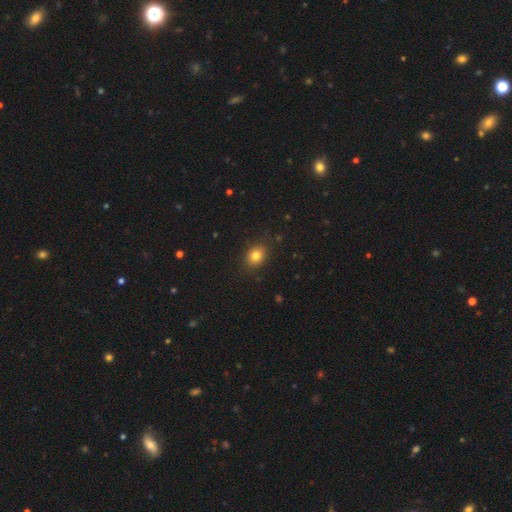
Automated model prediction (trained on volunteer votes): smooth_or_featured: smooth (p=0.82) [alt: star or artifact p=0.11]
how_rounded: in between (p=0.52) [alt: round p=0.47]
merging: none (p=0.87) [alt: minor disturbance p=0.09]